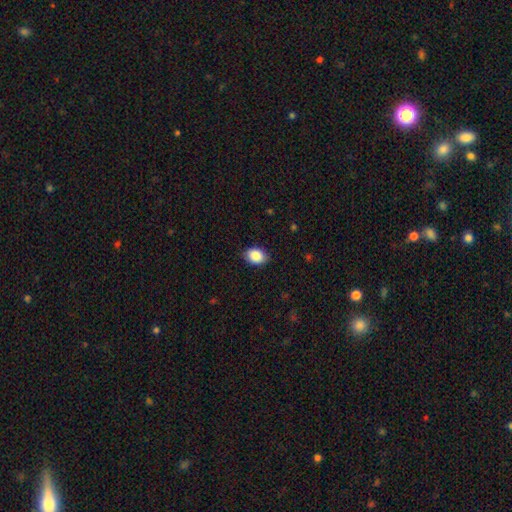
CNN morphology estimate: Smooth or featured? Predicted: smooth (p=0.88). How rounded? Predicted: in between (p=0.79). Merging? Predicted: none (p=0.86).